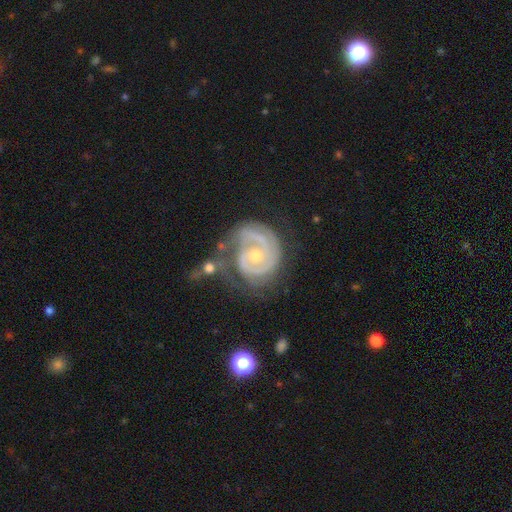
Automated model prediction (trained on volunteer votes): smooth-or-featured: featured or disk: 89% | smooth: 6% | star or artifact: 5%
  disk-edge-on: no: 98% | yes: 2%
    bar: no: 67% | weak: 26% | strong: 7%
    has-spiral-arms: yes: 96% | no: 4%
      spiral-winding: tight: 71% | medium: 24% | loose: 5%
      spiral-arm-count: 2: 56% | can't tell: 15% | 3: 14% | 1: 10% | 4: 3% | more than 4: 3%
    bulge-size: moderate: 58% | small: 39% | large: 2% | none: 1% | dominant: 1%
  merging: none: 53% | minor disturbance: 22% | major disturbance: 15% | merger: 10%